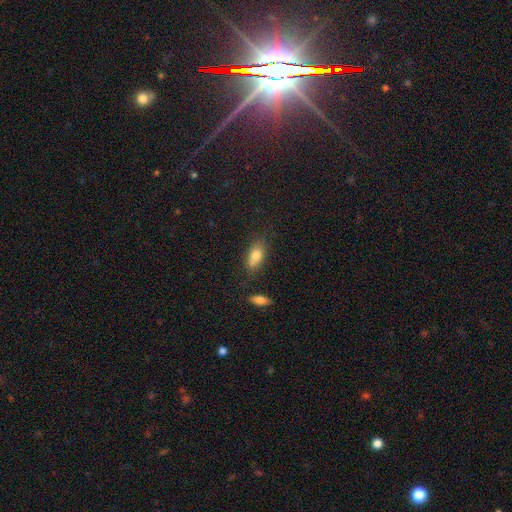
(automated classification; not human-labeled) Smooth or featured?
  - smooth: 75% *
  - featured or disk: 15%
  - star or artifact: 9%
How rounded?
  - in between: 82% *
  - cigar-shaped: 10%
  - round: 8%
Merging?
  - none: 58% *
  - minor disturbance: 21%
  - merger: 15%
  - major disturbance: 6%